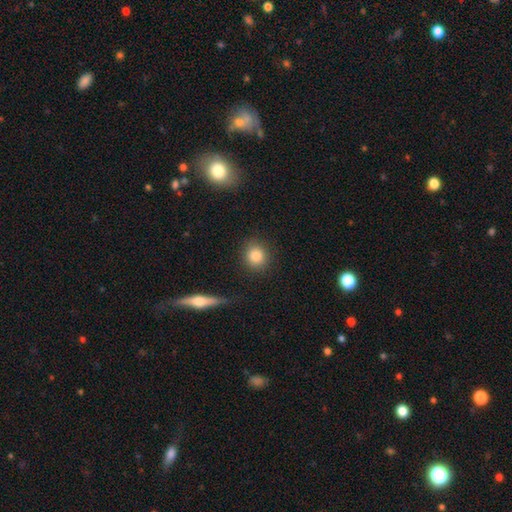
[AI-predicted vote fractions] Overall: smooth (84%). How rounded: round (84%). Merging: none (87%).